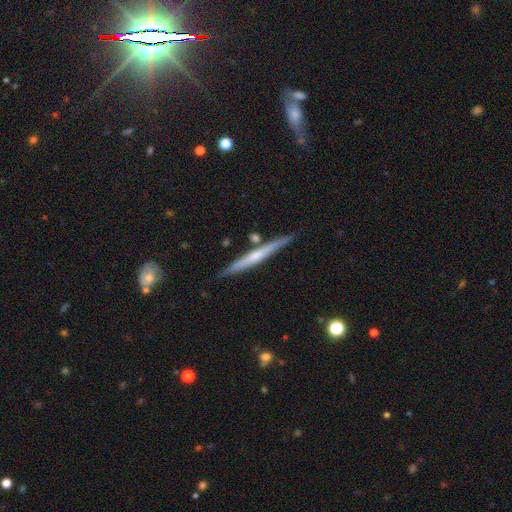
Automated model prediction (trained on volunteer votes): smooth-or-featured: featured or disk: 61% | smooth: 33% | star or artifact: 6%
  disk-edge-on: yes: 97% | no: 3%
    edge-on-bulge: none: 50% | rounded: 42% | boxy: 8%
  merging: none: 86% | minor disturbance: 9% | merger: 4% | major disturbance: 2%